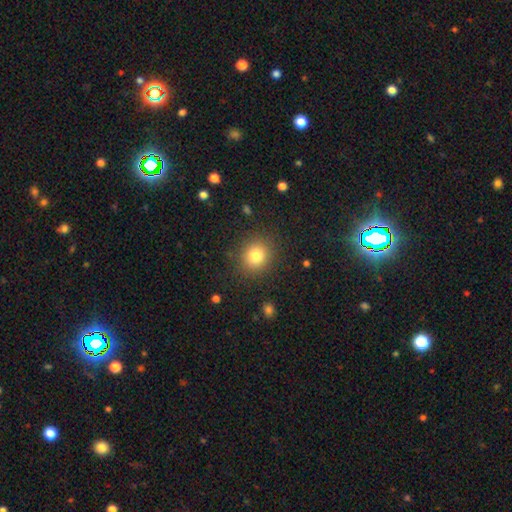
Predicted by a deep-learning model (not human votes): smooth-or-featured: smooth: 81% | star or artifact: 12% | featured or disk: 7%
  how-rounded: round: 80% | in between: 20% | cigar-shaped: 1%
  merging: none: 87% | minor disturbance: 8% | major disturbance: 4% | merger: 1%